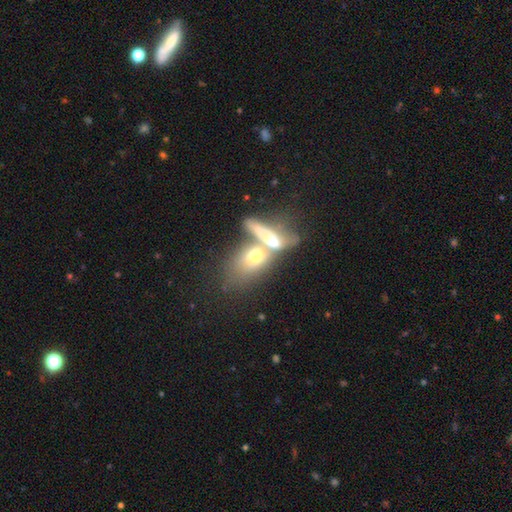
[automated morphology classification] Smooth or featured: smooth — 56% (featured or disk — 35%)
How rounded: in between — 67% (cigar-shaped — 18%)
Merging: merger — 64% (none — 15%)